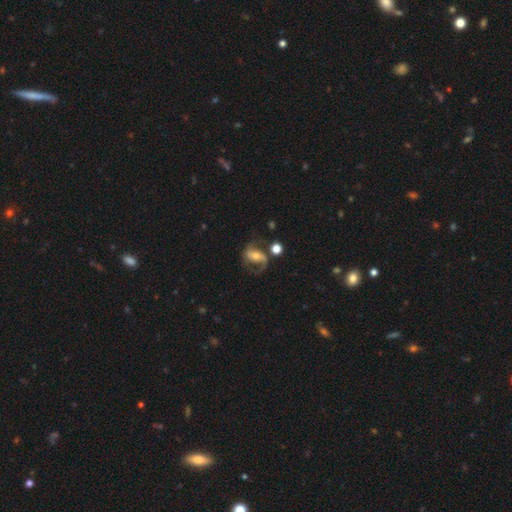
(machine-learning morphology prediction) Smooth or featured? featured or disk (80%)
Edge-on disk? no (96%)
Bar? strong (43%)
Spiral arms? yes (92%)
Spiral winding? medium (46%)
Spiral arm count? 2 (86%)
Bulge size? moderate (55%)
Merging? none (62%)